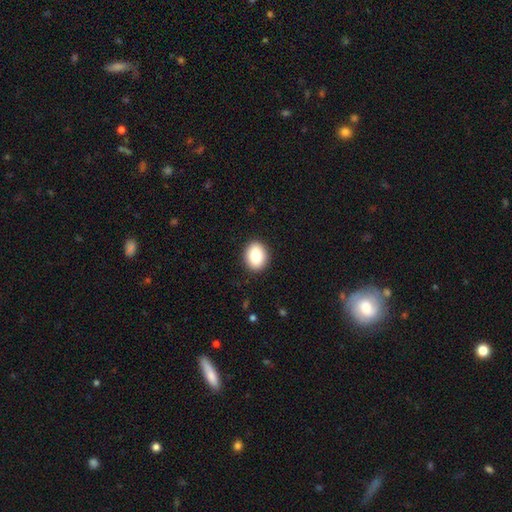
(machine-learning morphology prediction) The model was most divided on "how rounded": in between: 50%, round: 49%, cigar-shaped: 1%. More confident: merging — none (90%); smooth or featured — smooth (82%).